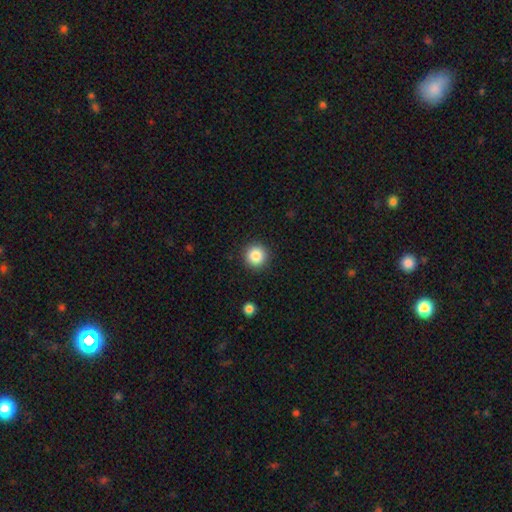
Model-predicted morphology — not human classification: This appears to be a smooth galaxy with no disk features (86%) that is round (96%). Merging: none (92%).